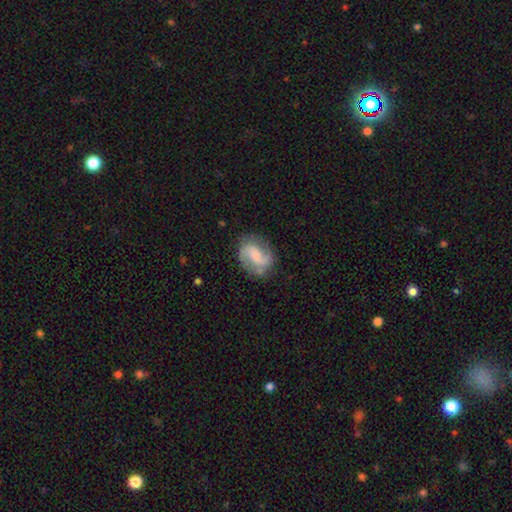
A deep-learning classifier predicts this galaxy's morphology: A featured or disk galaxy (81%) with a weak bar (45%), 2 (90%) medium (50%) spiral arms (96%) and a small central bulge (51%). Merging: none (76%).